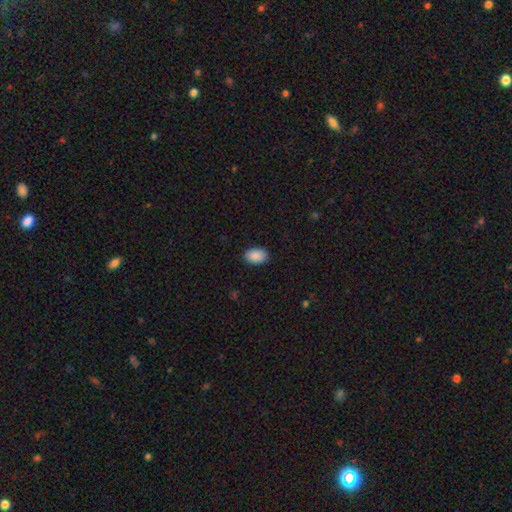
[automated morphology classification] Smooth or featured? Predicted: smooth (p=0.90). How rounded? Predicted: in between (p=0.89). Merging? Predicted: none (p=0.89).